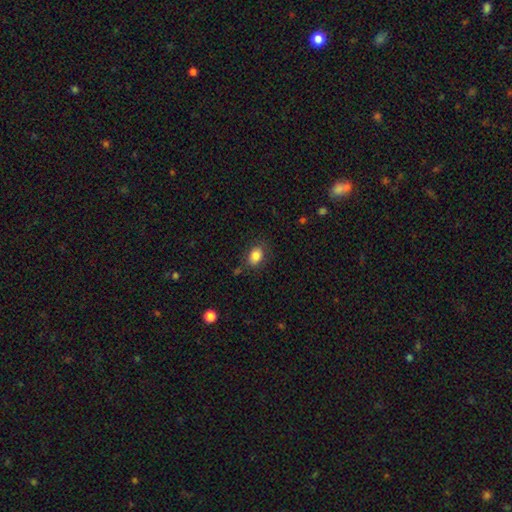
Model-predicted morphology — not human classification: Smooth or featured? Predicted: smooth (p=0.84). How rounded? Predicted: in between (p=0.74). Merging? Predicted: none (p=0.78).